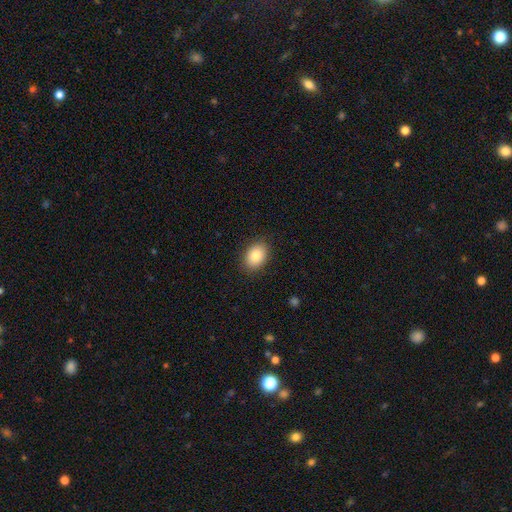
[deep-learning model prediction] Q: Smooth or featured?
A: smooth (84%); runner-up: star or artifact (8%)
Q: How rounded?
A: in between (73%); runner-up: round (26%)
Q: Merging?
A: none (88%); runner-up: minor disturbance (9%)